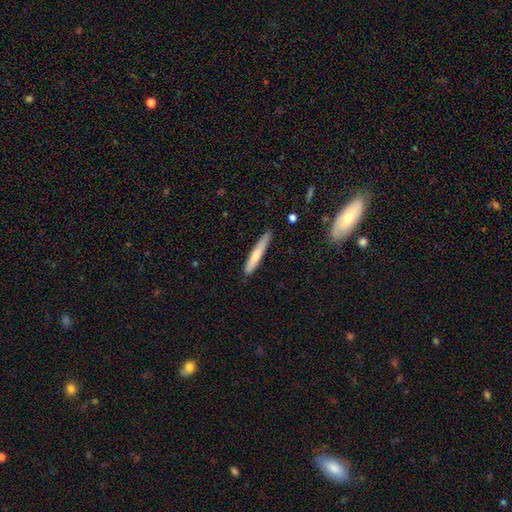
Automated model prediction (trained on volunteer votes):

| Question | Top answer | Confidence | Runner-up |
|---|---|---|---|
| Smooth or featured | smooth | 68% | featured or disk (26%) |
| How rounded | cigar-shaped | 93% | in between (6%) |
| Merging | none | 81% | minor disturbance (15%) |